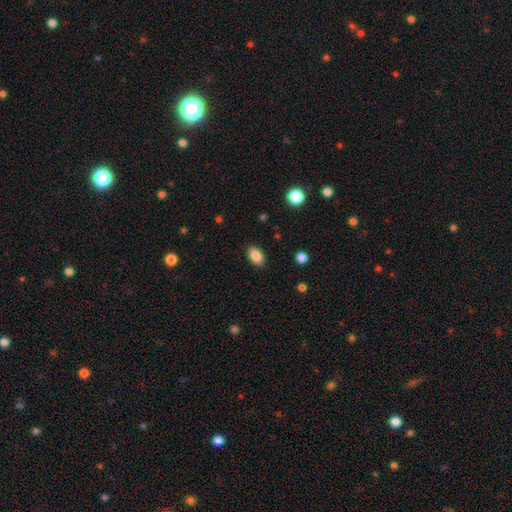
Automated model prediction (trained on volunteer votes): The model was most divided on "smooth or featured": smooth: 86%, star or artifact: 8%, featured or disk: 5%. More confident: how rounded — in between (90%); merging — none (87%).